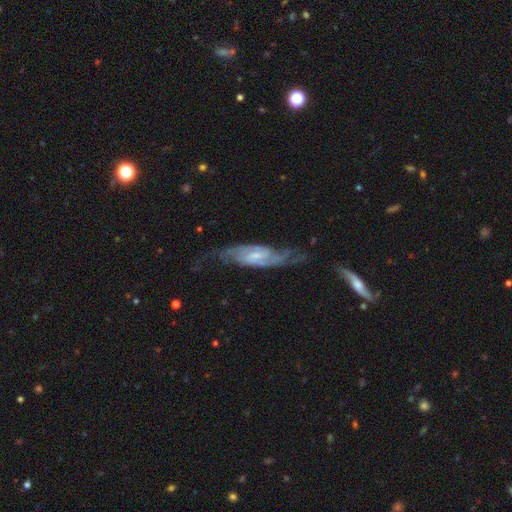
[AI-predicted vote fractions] Overall: featured or disk (84%). Edge-on disk: no (84%). Bar: weak (52%; no 28%). Spiral arms: yes (96%). Spiral arm count: 2 (80%). Spiral winding: medium (48%; tight 30%). Bulge size: small (53%; moderate 31%). Merging: none (66%).